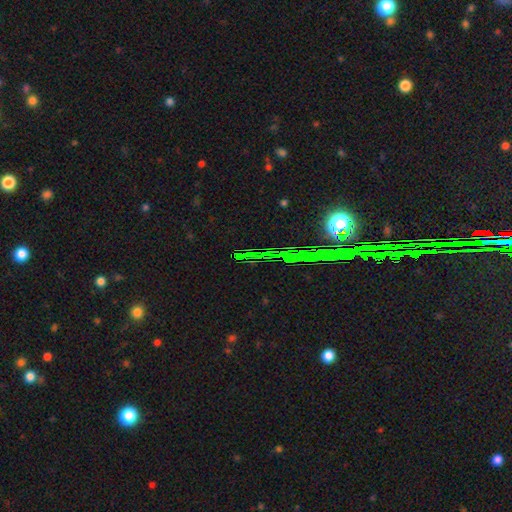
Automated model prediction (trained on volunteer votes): A star or artifact, not a galaxy (76%).

Vote fractions:
- Smooth or featured? star or artifact: 76% / smooth: 13% / featured or disk: 11%